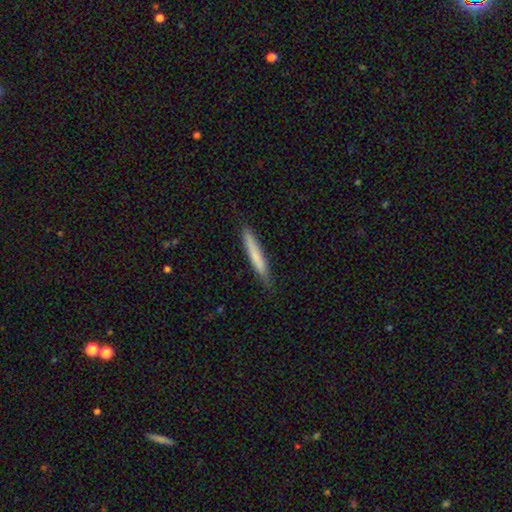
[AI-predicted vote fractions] Morphology: type=smooth (71%); roundness=cigar-shaped (95%); merging=none (85%).